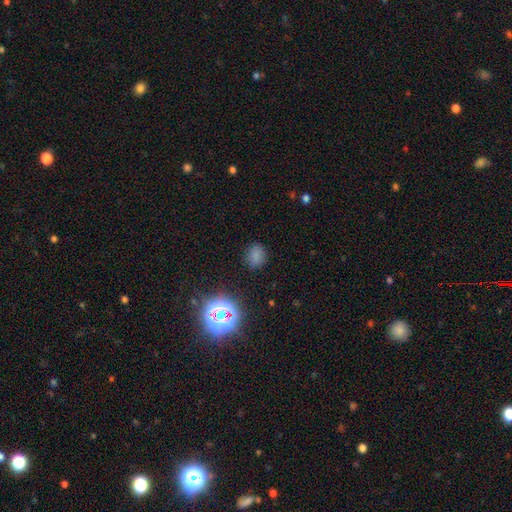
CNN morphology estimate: smooth_or_featured: smooth (p=0.72) [alt: star or artifact p=0.22]
how_rounded: round (p=0.50) [alt: in between p=0.48]
merging: none (p=0.81) [alt: minor disturbance p=0.13]